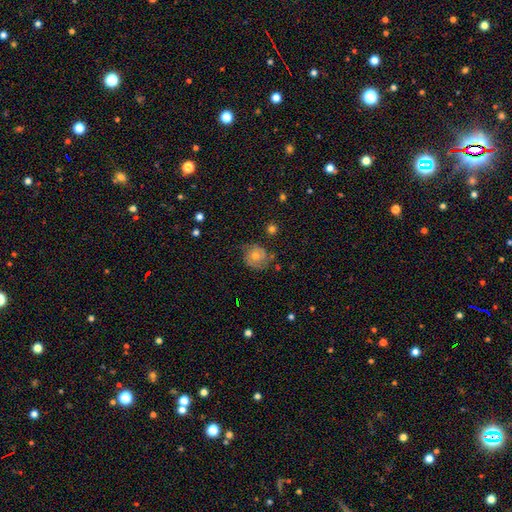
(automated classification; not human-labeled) Smooth or featured? Predicted: featured or disk (p=0.60). Edge-on disk? Predicted: no (p=0.97). Bar? Predicted: no (p=0.80). Spiral arms? Predicted: yes (p=0.83). Bulge size? Predicted: moderate (p=0.67). Merging? Predicted: none (p=0.68).